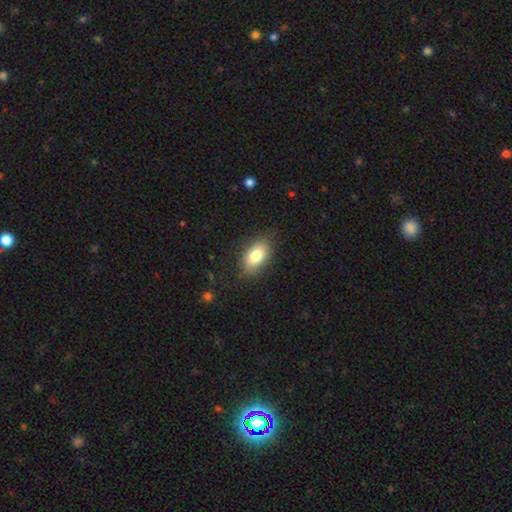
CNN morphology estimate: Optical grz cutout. It shows a smooth galaxy with no disk features (81%) that is in between round and cigar-shaped (91%). Merging: none (81%).